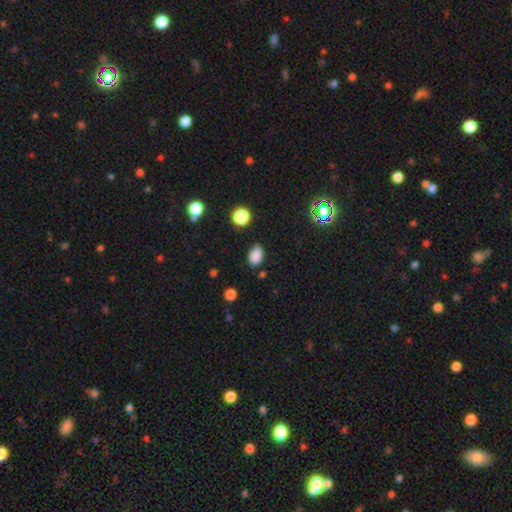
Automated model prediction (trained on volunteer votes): A smooth galaxy with no disk features (85%) that is in between round and cigar-shaped (84%). Merging: none (79%).